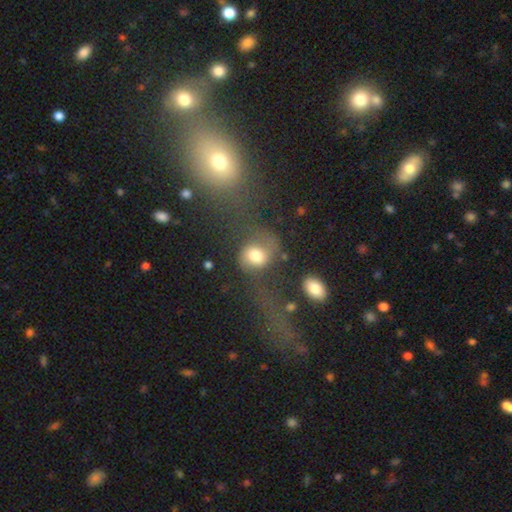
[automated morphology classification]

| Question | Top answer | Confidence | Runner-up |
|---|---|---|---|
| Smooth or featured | smooth | 55% | featured or disk (32%) |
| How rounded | round | 64% | in between (34%) |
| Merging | none | 35% | major disturbance (33%) |